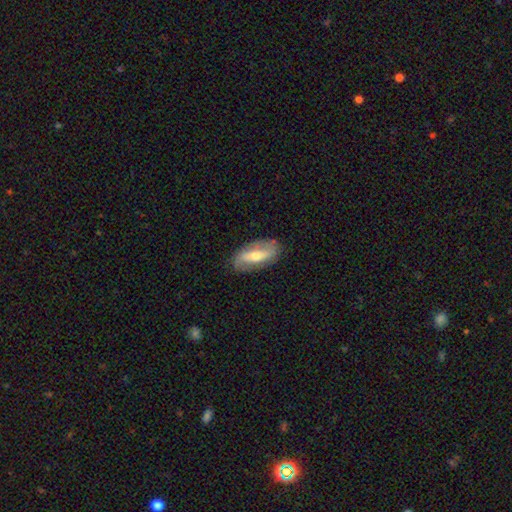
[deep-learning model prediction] Smooth or featured?
  - featured or disk: 56% *
  - smooth: 38%
  - star or artifact: 6%
Edge-on disk?
  - no: 79% *
  - yes: 21%
Merging?
  - none: 82% *
  - minor disturbance: 14%
  - major disturbance: 4%
  - merger: 1%